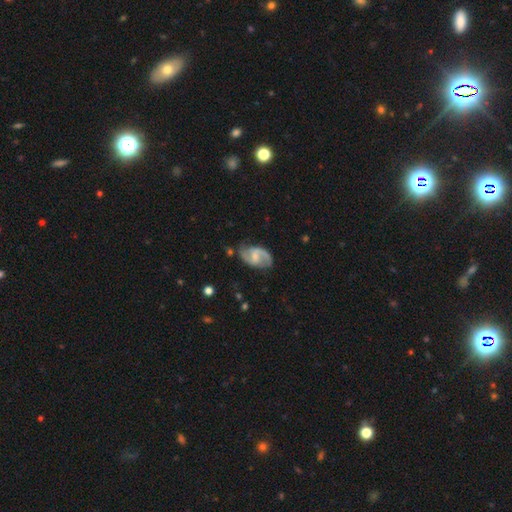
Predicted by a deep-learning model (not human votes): A featured or disk galaxy (84%) with a weak bar (54%), 2 (91%) medium (52%) spiral arms (96%) and a small central bulge (47%).

Vote fractions:
- Smooth or featured? featured or disk: 84% / smooth: 11% / star or artifact: 5%
- Edge-on disk? no: 97% / yes: 3%
- Bar? weak: 54% / no: 28% / strong: 18%
- Spiral arms? yes: 96% / no: 4%
- Spiral winding? medium: 52% / loose: 31% / tight: 17%
- Spiral arm count? 2: 91% / can't tell: 4% / 1: 2% / 3: 1% / 4: 1% / more than 4: 1%
- Bulge size? small: 47% / moderate: 31% / none: 18% / large: 2% / dominant: 1%
- Merging? none: 74% / minor disturbance: 18% / major disturbance: 6% / merger: 2%